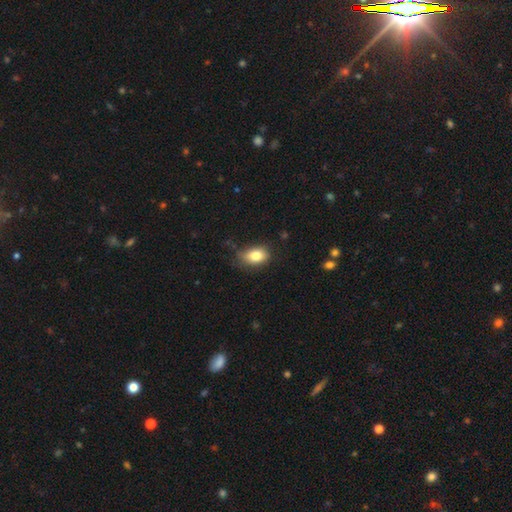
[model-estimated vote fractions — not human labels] smooth-or-featured: smooth: 81% | featured or disk: 10% | star or artifact: 9%
  how-rounded: in between: 84% | round: 14% | cigar-shaped: 2%
  merging: none: 67% | minor disturbance: 26% | major disturbance: 6% | merger: 2%